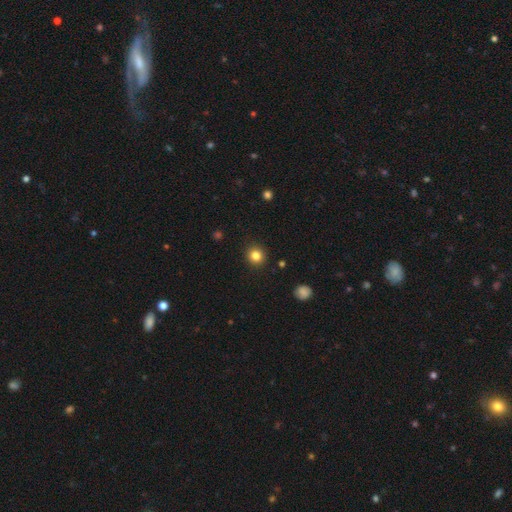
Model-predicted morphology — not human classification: Smooth or featured? smooth (83%)
How rounded? round (91%)
Merging? none (92%)